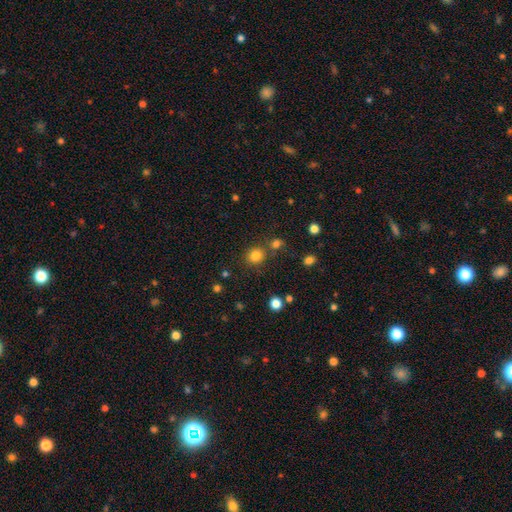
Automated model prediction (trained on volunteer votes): This is clearly a smooth galaxy (81%). How rounded: clearly round (83%). Merging: likely none (75%).